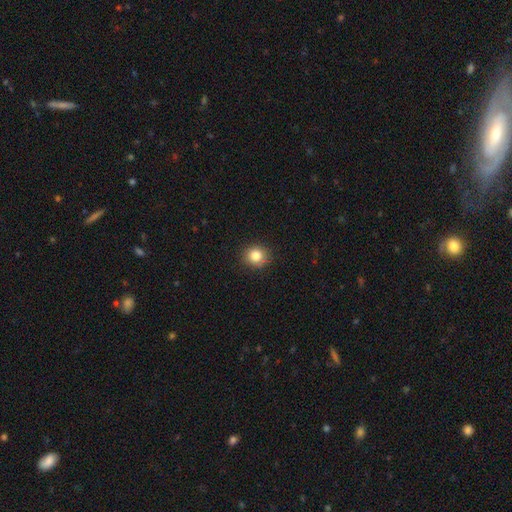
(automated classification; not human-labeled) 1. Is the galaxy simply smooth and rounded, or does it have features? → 83% smooth, 11% star or artifact, 6% featured or disk.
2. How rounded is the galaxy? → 89% round, 10% in between, 1% cigar-shaped.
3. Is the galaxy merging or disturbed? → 89% none, 8% minor disturbance, 2% major disturbance, 1% merger.